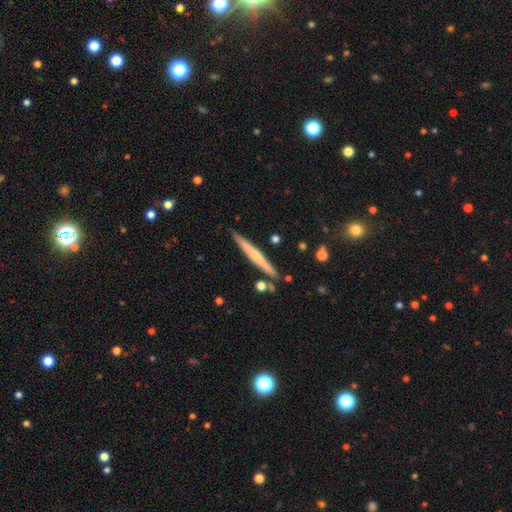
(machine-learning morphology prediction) This is possibly a featured or disk galaxy (51%). It is clearly viewed edge-on (97%). Merging: clearly none (88%).